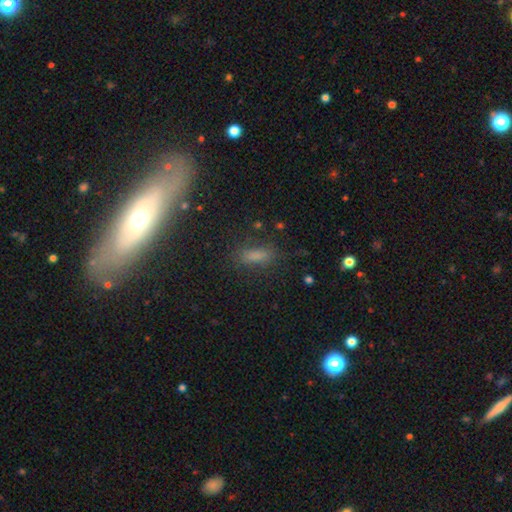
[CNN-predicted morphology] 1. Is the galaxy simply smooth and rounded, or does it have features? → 71% smooth, 18% star or artifact, 11% featured or disk.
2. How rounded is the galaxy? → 53% in between, 42% cigar-shaped, 5% round.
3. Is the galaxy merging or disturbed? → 78% none, 14% minor disturbance, 5% major disturbance, 3% merger.